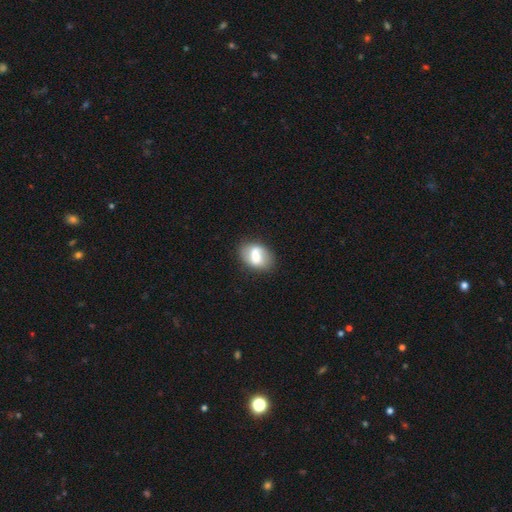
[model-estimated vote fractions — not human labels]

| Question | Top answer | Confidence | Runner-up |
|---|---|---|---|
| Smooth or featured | smooth | 61% | featured or disk (31%) |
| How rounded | in between | 77% | round (20%) |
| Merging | none | 69% | minor disturbance (20%) |